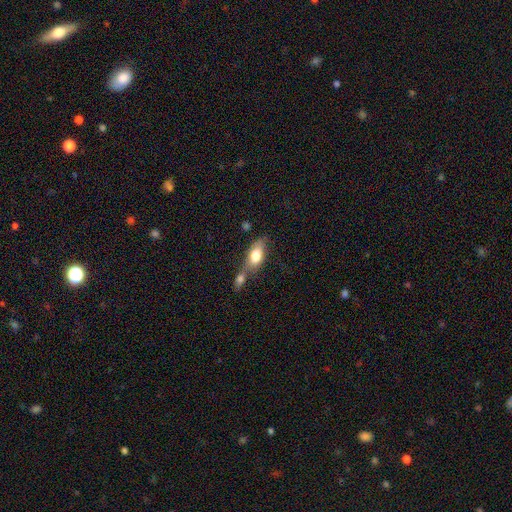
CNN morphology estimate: Q: Smooth or featured?
A: smooth (74%); runner-up: featured or disk (19%)
Q: How rounded?
A: in between (84%); runner-up: cigar-shaped (9%)
Q: Merging?
A: merger (47%); runner-up: none (33%)